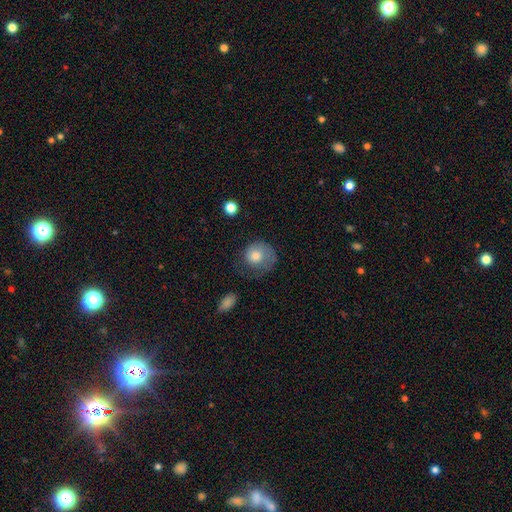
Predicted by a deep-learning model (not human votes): smooth 68%, featured or disk 24%, star or artifact 7%. Down the decision tree: how rounded — round (80%); merging — none (41%).